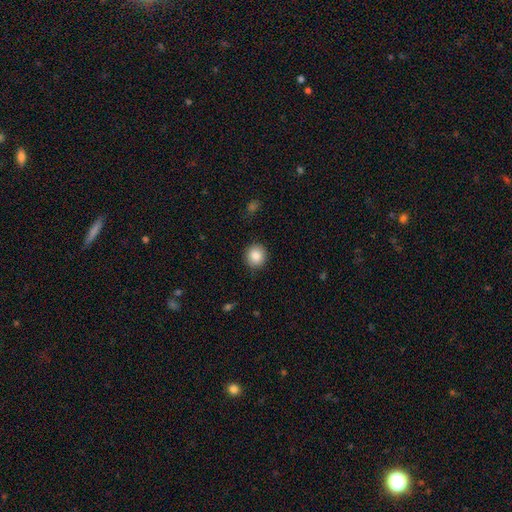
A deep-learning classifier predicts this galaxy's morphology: type=smooth (87%); roundness=round (91%); merging=none (90%).